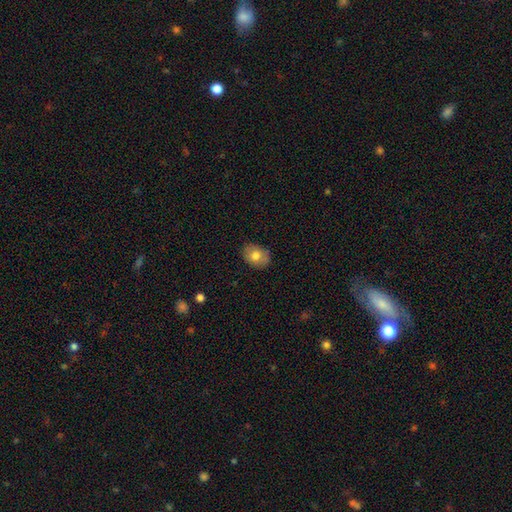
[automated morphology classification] This appears to be a smooth galaxy with no disk features (76%) that is in between round and cigar-shaped (69%). Merging: none (84%).